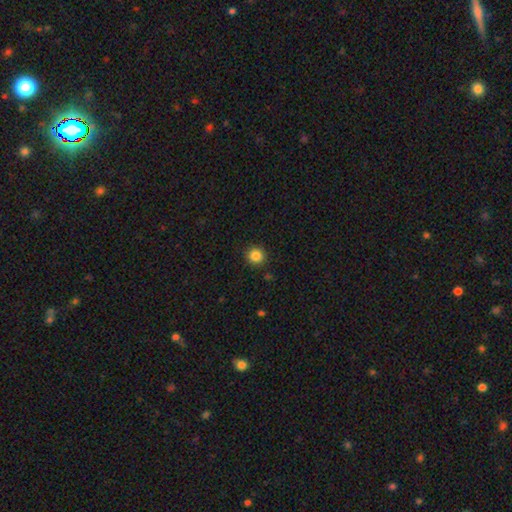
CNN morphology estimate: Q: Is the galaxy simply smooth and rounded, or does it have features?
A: smooth — 84%.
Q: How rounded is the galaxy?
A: round — 93%.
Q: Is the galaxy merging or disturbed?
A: none — 92%.